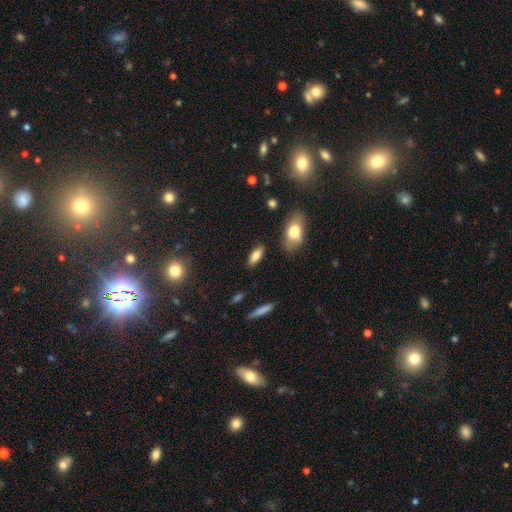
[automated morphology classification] The model was most divided on "how rounded": in between: 75%, cigar-shaped: 22%, round: 3%. More confident: merging — none (85%); smooth or featured — smooth (82%).